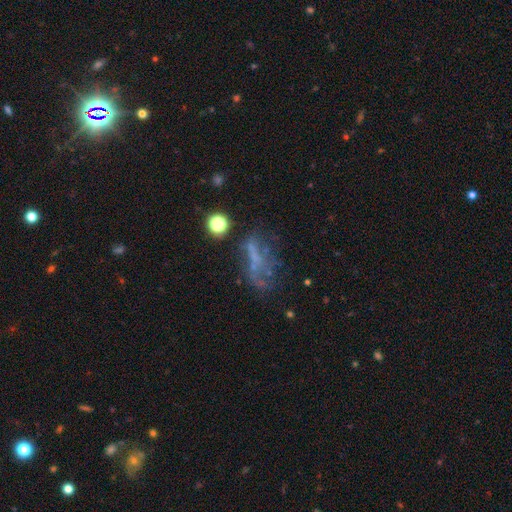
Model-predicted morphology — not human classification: Smooth or featured? featured or disk (43%)
Merging? none (39%)